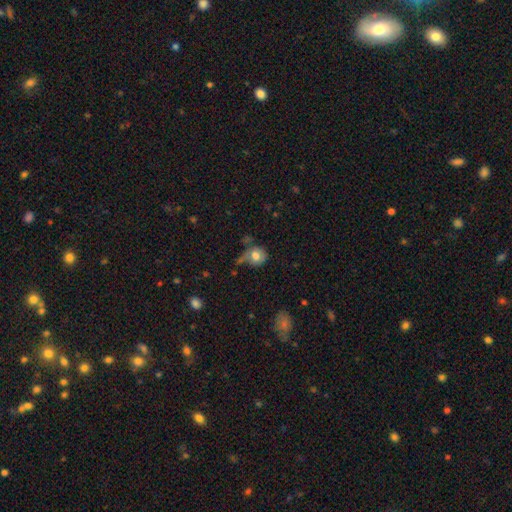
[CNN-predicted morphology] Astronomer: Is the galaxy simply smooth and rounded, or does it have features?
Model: smooth — 74%.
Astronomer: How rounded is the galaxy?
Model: round — 75%.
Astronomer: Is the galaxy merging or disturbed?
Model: none — 43% (runner-up: minor disturbance, 26%).